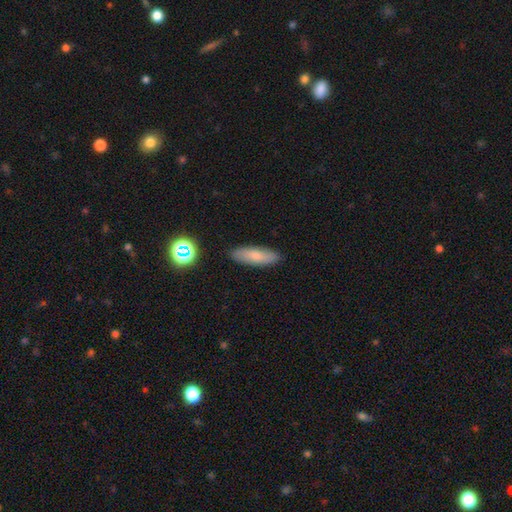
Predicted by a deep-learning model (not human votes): Smooth or featured? smooth (73%)
How rounded? in between (53%)
Merging? none (88%)